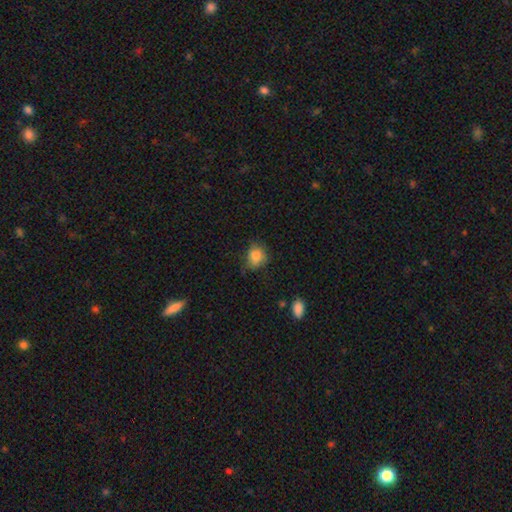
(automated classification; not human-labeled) Smooth or featured: smooth — 83% (star or artifact — 10%)
How rounded: round — 65% (in between — 34%)
Merging: none — 62% (minor disturbance — 29%)